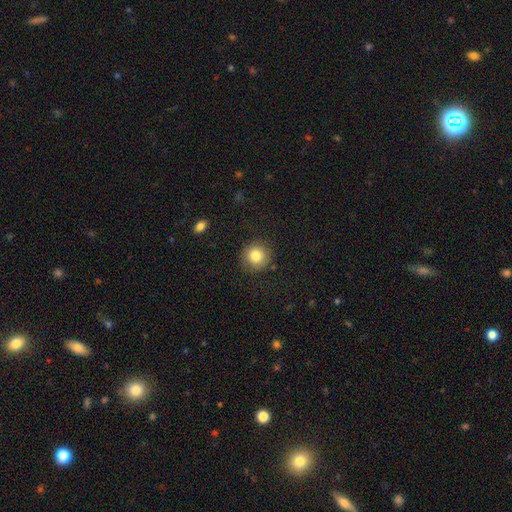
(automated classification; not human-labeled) smooth-or-featured: smooth: 83% | star or artifact: 10% | featured or disk: 8%
  how-rounded: round: 92% | in between: 7% | cigar-shaped: 1%
  merging: none: 87% | minor disturbance: 8% | major disturbance: 3% | merger: 1%